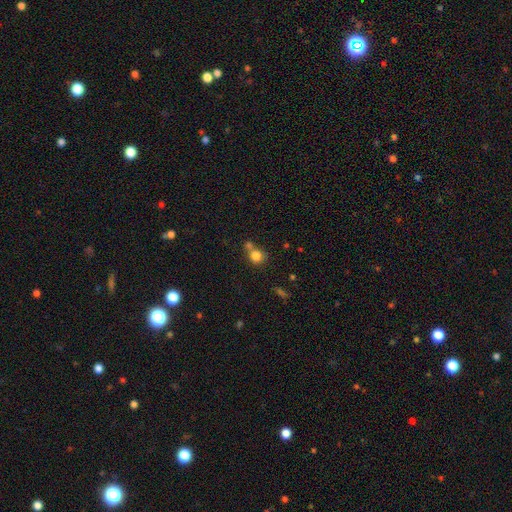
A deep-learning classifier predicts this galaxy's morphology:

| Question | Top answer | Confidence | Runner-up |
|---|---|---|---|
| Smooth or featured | smooth | 80% | star or artifact (11%) |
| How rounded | round | 78% | in between (21%) |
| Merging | none | 46% | merger (37%) |